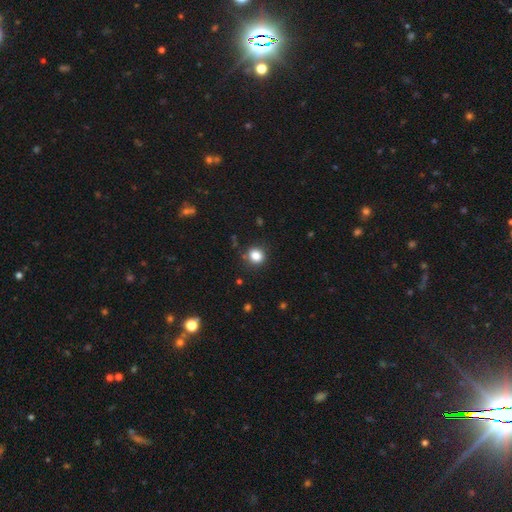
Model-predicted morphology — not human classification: smooth_or_featured: smooth (p=0.85) [alt: star or artifact p=0.11]
how_rounded: round (p=0.80) [alt: in between p=0.20]
merging: none (p=0.85) [alt: minor disturbance p=0.11]